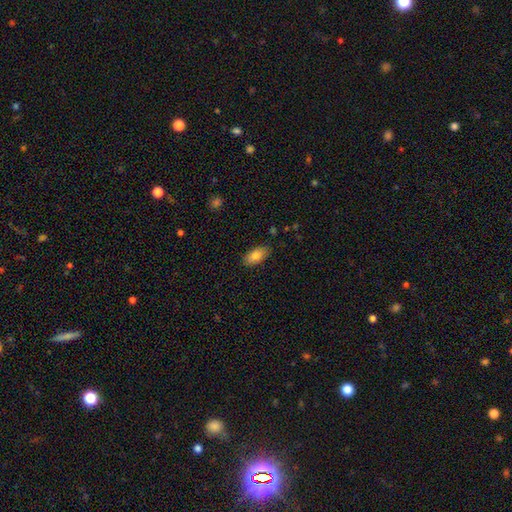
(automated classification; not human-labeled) smooth 81%, featured or disk 12%, star or artifact 7%. Down the decision tree: how rounded — in between (91%); merging — none (85%).